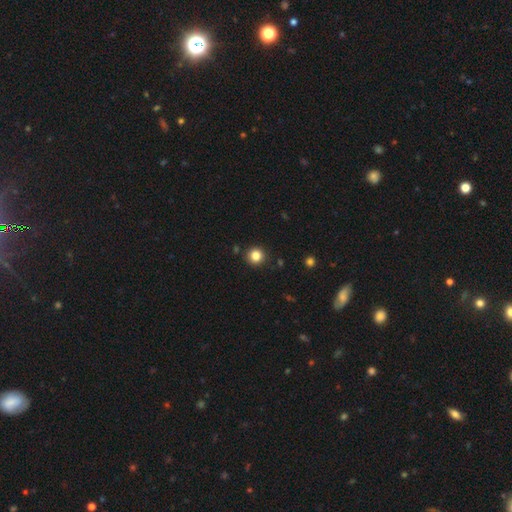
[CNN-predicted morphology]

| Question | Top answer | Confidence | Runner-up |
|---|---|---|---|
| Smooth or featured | smooth | 84% | star or artifact (12%) |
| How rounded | round | 94% | in between (5%) |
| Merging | none | 91% | minor disturbance (6%) |